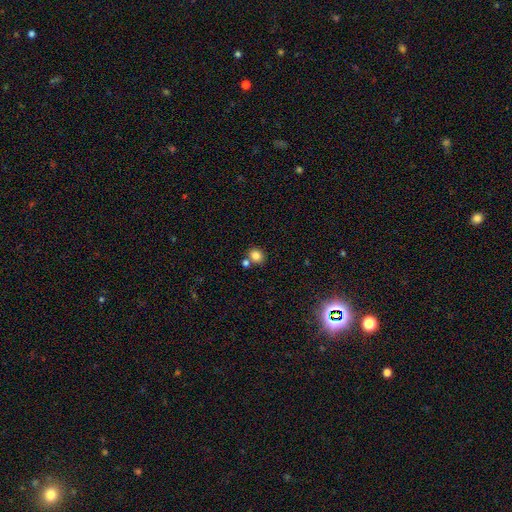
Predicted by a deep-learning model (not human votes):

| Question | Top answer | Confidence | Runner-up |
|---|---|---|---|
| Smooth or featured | smooth | 83% | star or artifact (11%) |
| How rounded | round | 64% | in between (35%) |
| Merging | none | 68% | merger (20%) |